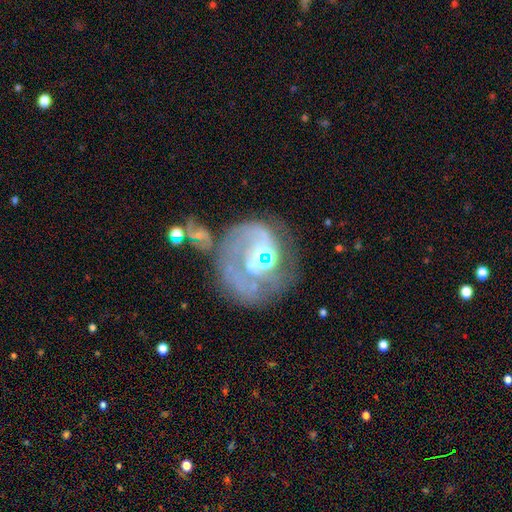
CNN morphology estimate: smooth-or-featured: featured or disk: 73% | smooth: 17% | star or artifact: 10%
  disk-edge-on: no: 98% | yes: 2%
    bar: no: 75% | weak: 20% | strong: 5%
    has-spiral-arms: yes: 65% | no: 35%
    bulge-size: moderate: 42% | small: 28% | none: 16% | large: 11% | dominant: 3%
  merging: none: 37% | major disturbance: 31% | minor disturbance: 17% | merger: 16%